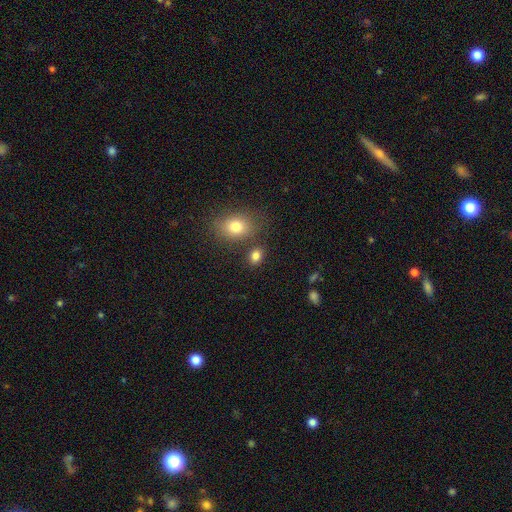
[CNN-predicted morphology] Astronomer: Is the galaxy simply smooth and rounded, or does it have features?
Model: smooth — 82%.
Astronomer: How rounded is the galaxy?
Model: in between — 58% (runner-up: round, 40%).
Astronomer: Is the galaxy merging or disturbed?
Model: none — 74%.